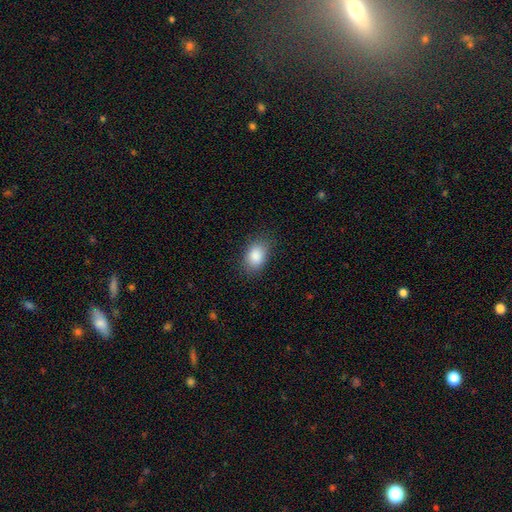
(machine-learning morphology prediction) smooth-or-featured: smooth: 88% | star or artifact: 8% | featured or disk: 5%
  how-rounded: in between: 84% | round: 15% | cigar-shaped: 1%
  merging: none: 82% | minor disturbance: 13% | major disturbance: 4% | merger: 1%